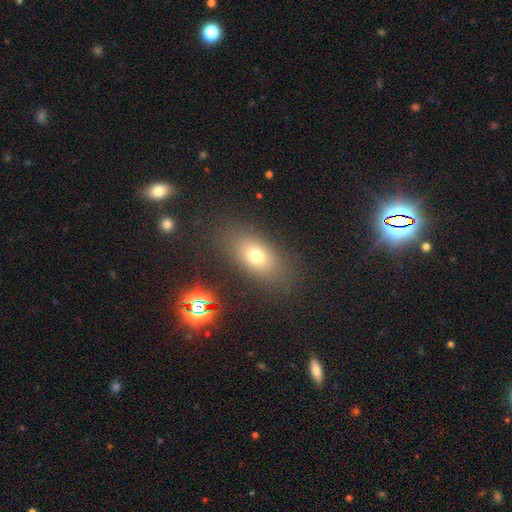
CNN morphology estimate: A smooth galaxy with no disk features (69%) that is in between round and cigar-shaped (82%). Merging: none (83%).